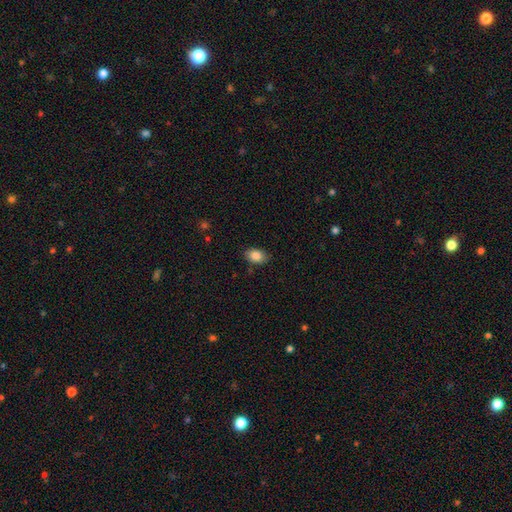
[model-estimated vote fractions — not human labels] A smooth galaxy with no disk features (86%) that is in between round and cigar-shaped (82%). Merging: none (82%).